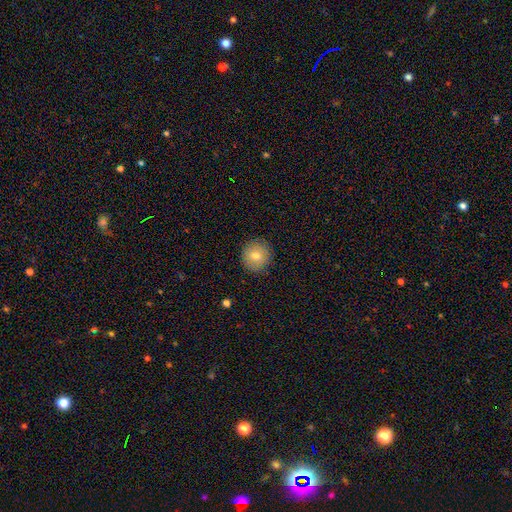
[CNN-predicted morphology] type=smooth (75%); roundness=round (91%); merging=none (90%).